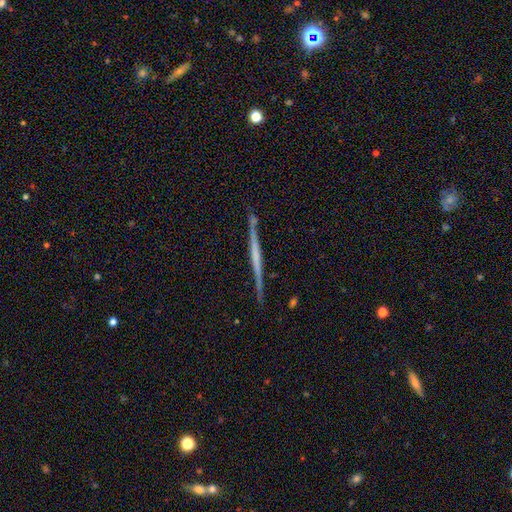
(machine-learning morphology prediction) Smooth or featured? Predicted: featured or disk (p=0.70). Edge-on disk? Predicted: yes (p=0.98). Edge-on bulge? Predicted: none (p=0.73). Merging? Predicted: none (p=0.89).